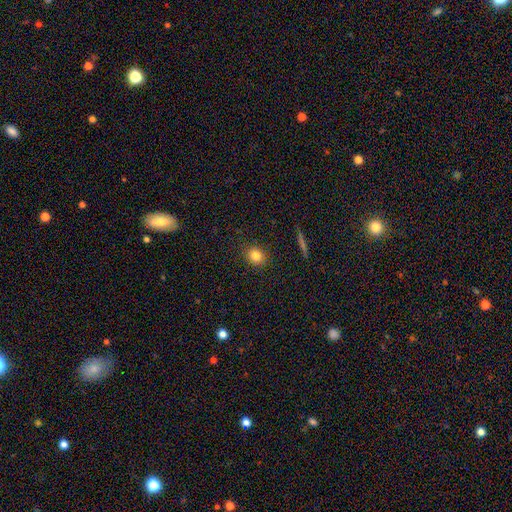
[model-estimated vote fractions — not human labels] The model was most divided on "how rounded": round: 74%, in between: 25%, cigar-shaped: 1%. More confident: merging — none (90%); smooth or featured — smooth (81%).